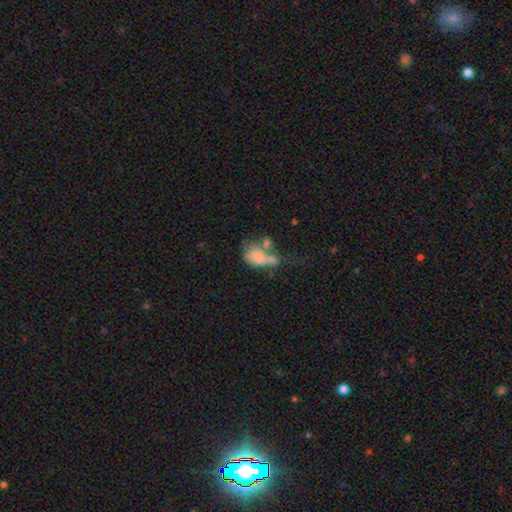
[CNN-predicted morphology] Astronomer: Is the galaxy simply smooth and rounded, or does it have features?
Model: smooth — 54% (runner-up: featured or disk, 33%).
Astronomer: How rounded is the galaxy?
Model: in between — 76%.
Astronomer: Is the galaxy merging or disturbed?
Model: merger — 40% (runner-up: major disturbance, 30%).